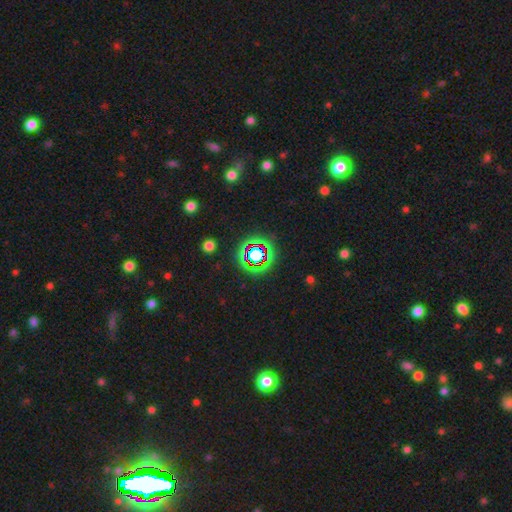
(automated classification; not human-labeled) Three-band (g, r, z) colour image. It shows a star or artifact, not a galaxy (68%).